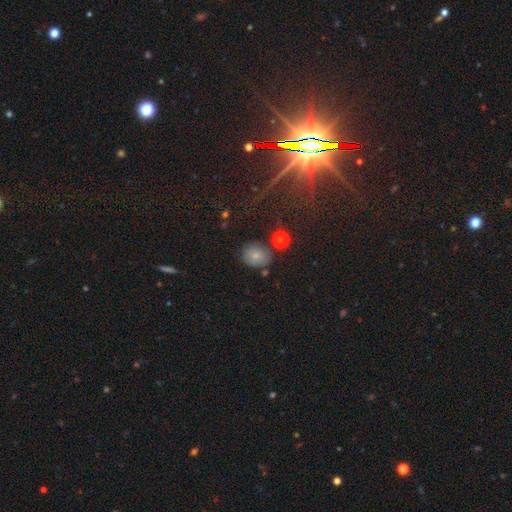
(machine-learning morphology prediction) smooth_or_featured: smooth (p=0.76) [alt: star or artifact p=0.14]
how_rounded: round (p=0.62) [alt: in between p=0.37]
merging: none (p=0.74) [alt: minor disturbance p=0.15]